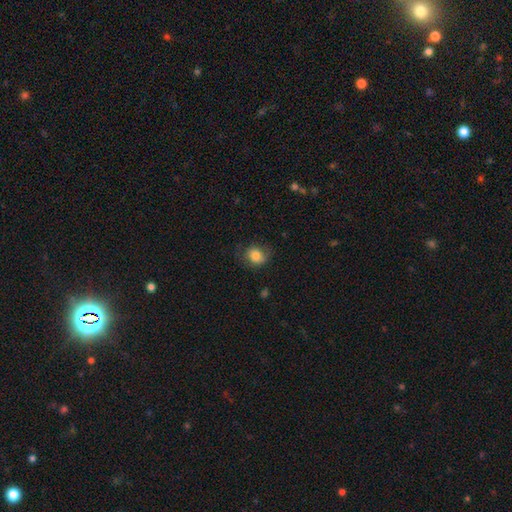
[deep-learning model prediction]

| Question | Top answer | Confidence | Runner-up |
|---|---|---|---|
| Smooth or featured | smooth | 80% | featured or disk (11%) |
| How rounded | round | 65% | in between (34%) |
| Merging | none | 70% | minor disturbance (21%) |